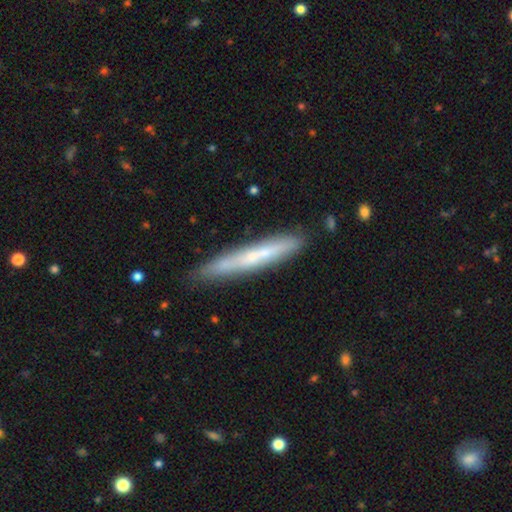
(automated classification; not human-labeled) Smooth or featured? smooth (47%, tied with featured or disk)
Merging? none (82%)